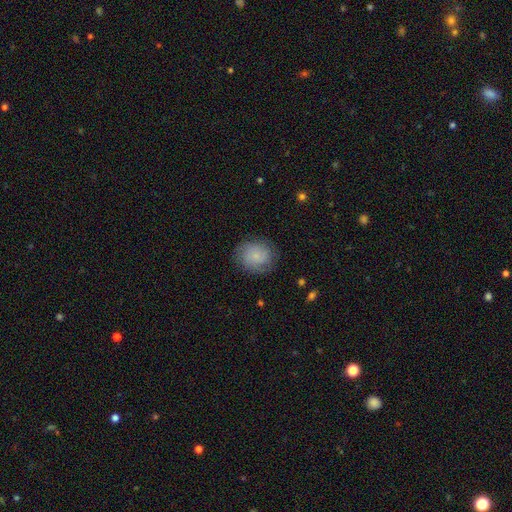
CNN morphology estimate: This is likely a smooth galaxy (69%). How rounded: likely round (75%). Merging: likely none (78%).